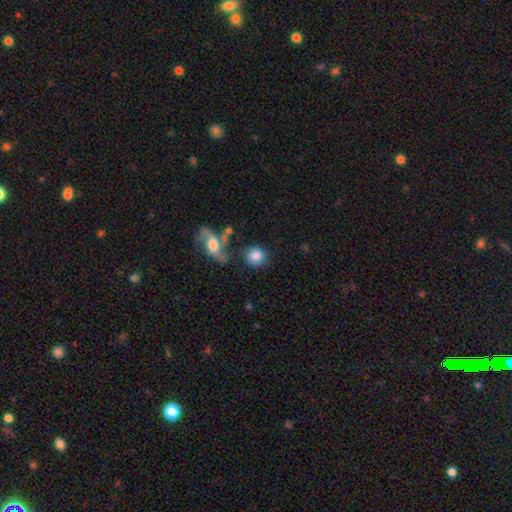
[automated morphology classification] Smooth or featured?
  - smooth: 79% *
  - featured or disk: 13%
  - star or artifact: 8%
How rounded?
  - round: 85% *
  - in between: 13%
  - cigar-shaped: 2%
Merging?
  - none: 70% *
  - minor disturbance: 12%
  - merger: 12%
  - major disturbance: 6%